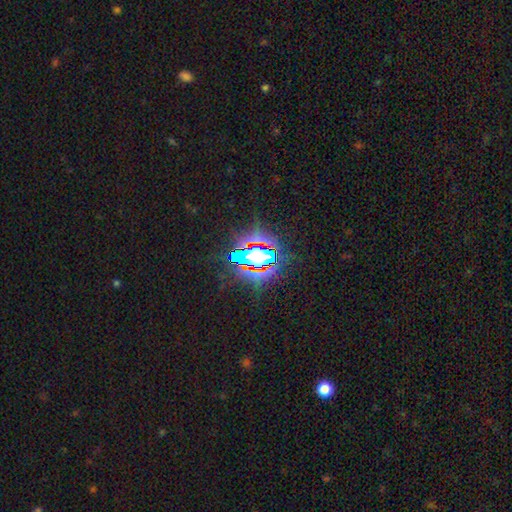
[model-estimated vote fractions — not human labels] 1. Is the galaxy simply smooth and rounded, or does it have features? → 74% star or artifact, 14% smooth, 12% featured or disk.